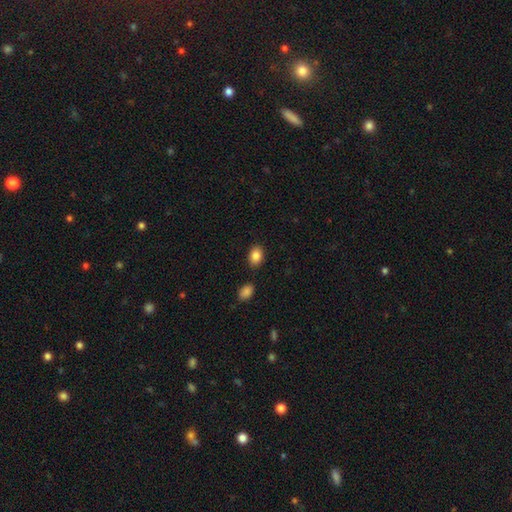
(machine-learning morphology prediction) This appears to be a smooth galaxy with no disk features (86%) that is in between round and cigar-shaped (80%). Merging: none (84%).